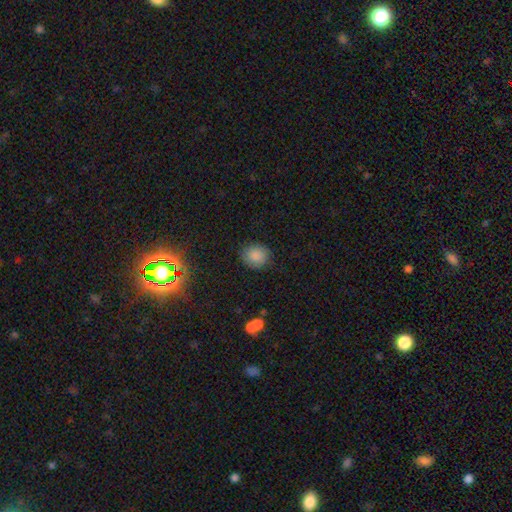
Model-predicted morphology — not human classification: Smooth or featured?
  - smooth: 86% *
  - star or artifact: 9%
  - featured or disk: 5%
How rounded?
  - round: 78% *
  - in between: 21%
  - cigar-shaped: 1%
Merging?
  - none: 84% *
  - minor disturbance: 12%
  - major disturbance: 3%
  - merger: 1%